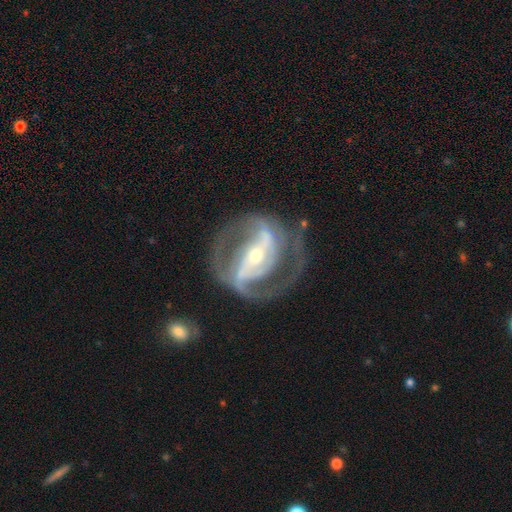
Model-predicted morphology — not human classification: Smooth or featured: featured or disk — 89% (star or artifact — 5%)
Edge-on disk: no — 96% (yes — 4%)
Bar: strong — 63% (weak — 23%)
Spiral arms: yes — 93% (no — 7%)
Spiral winding: medium — 49% (tight — 34%)
Spiral arm count: 2 — 79% (can't tell — 8%)
Bulge size: small — 59% (moderate — 36%)
Merging: none — 68% (minor disturbance — 15%)